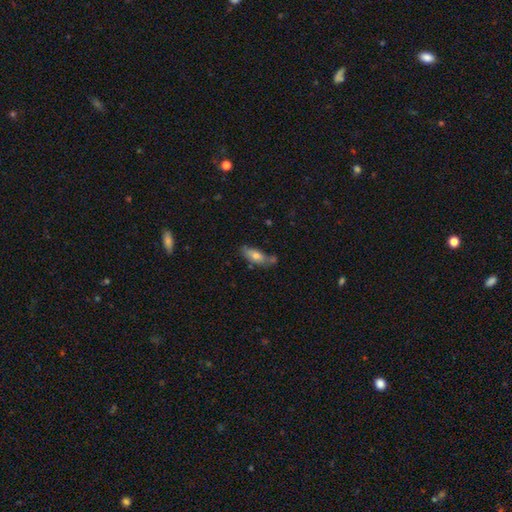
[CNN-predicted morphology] This appears to be a smooth galaxy with no disk features (71%) that is in between round and cigar-shaped (72%). Merging: none (55%).